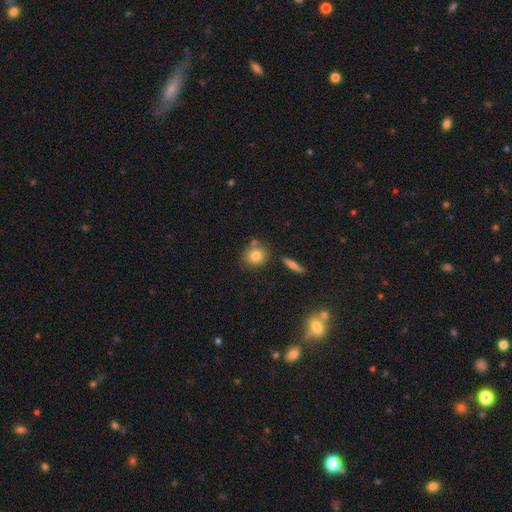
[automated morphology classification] Smooth or featured? smooth (79%)
How rounded? round (81%)
Merging? none (71%)